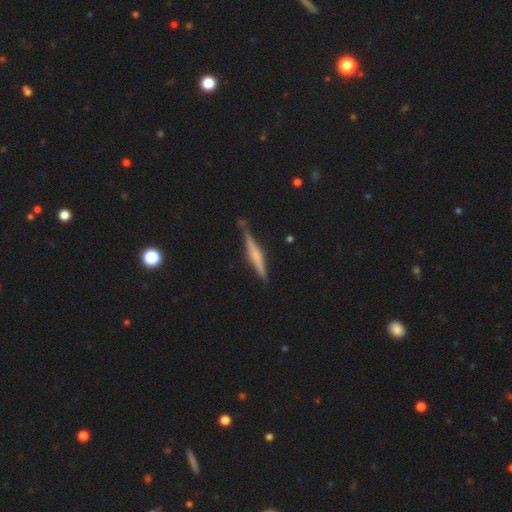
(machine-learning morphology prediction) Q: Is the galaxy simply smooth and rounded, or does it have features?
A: featured or disk — 61%.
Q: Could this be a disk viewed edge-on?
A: yes — 97%.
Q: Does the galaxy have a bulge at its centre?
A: rounded — 53%.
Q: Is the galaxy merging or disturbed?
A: none — 79%.